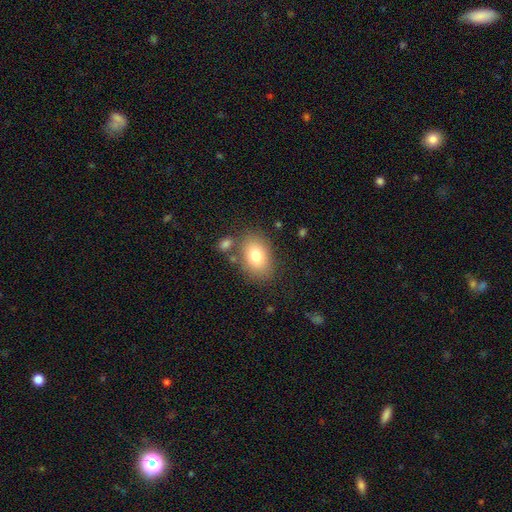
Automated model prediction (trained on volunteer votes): This is likely a smooth galaxy (79%). How rounded: likely in between (79%). Merging: likely none (75%).